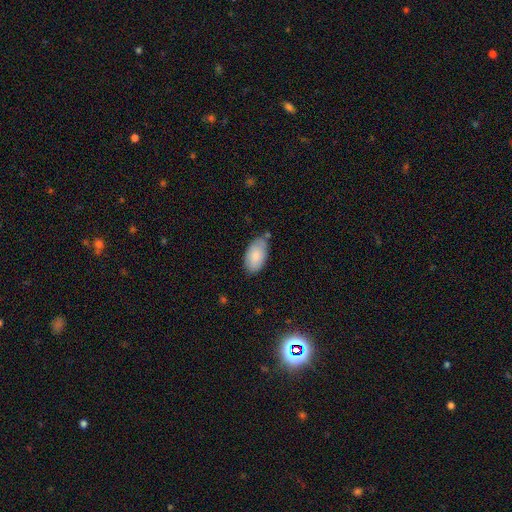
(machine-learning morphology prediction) A smooth galaxy with no disk features (84%) that is in between round and cigar-shaped (95%). Merging: none (69%).